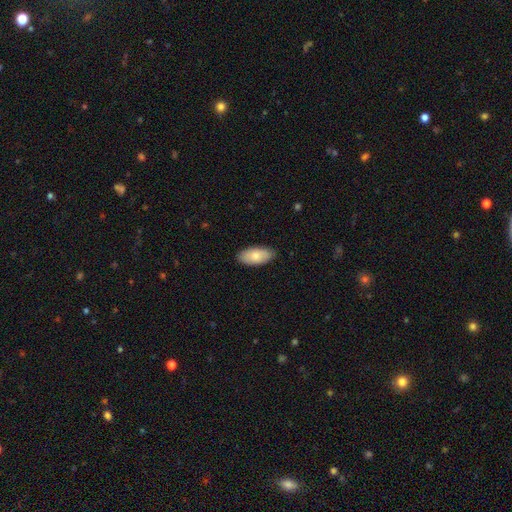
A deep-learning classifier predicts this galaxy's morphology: Smooth or featured?
  - smooth: 80% *
  - featured or disk: 14%
  - star or artifact: 5%
How rounded?
  - in between: 93% *
  - cigar-shaped: 5%
  - round: 2%
Merging?
  - none: 87% *
  - minor disturbance: 10%
  - major disturbance: 2%
  - merger: 1%